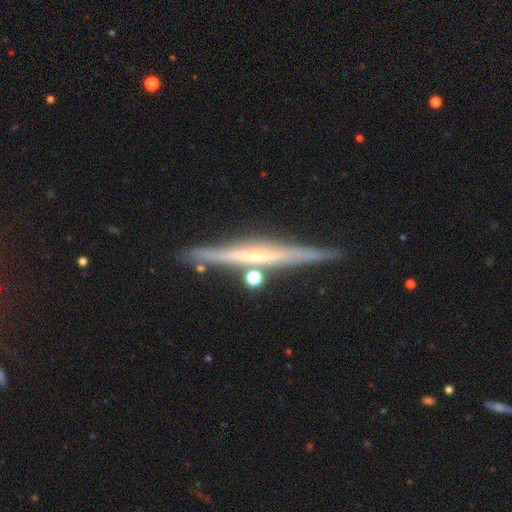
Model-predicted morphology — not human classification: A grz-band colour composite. It shows a featured or disk galaxy (73%) viewed edge-on (97%) with no central bulge (64%). Merging: none (82%).